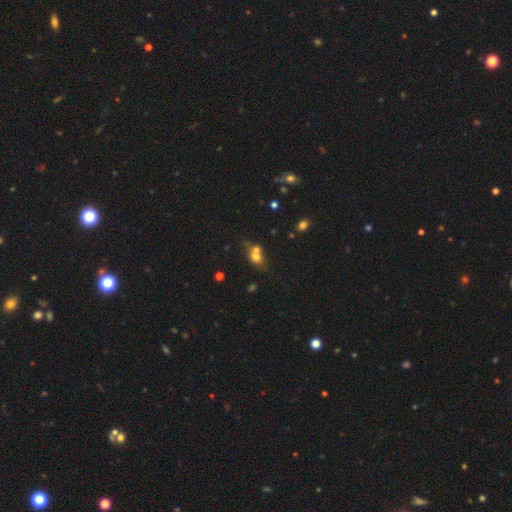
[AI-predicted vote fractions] Smooth or featured?
  - smooth: 67% *
  - featured or disk: 18%
  - star or artifact: 15%
How rounded?
  - in between: 49% *
  - round: 48%
  - cigar-shaped: 3%
Merging?
  - merger: 53% *
  - none: 33%
  - minor disturbance: 10%
  - major disturbance: 5%